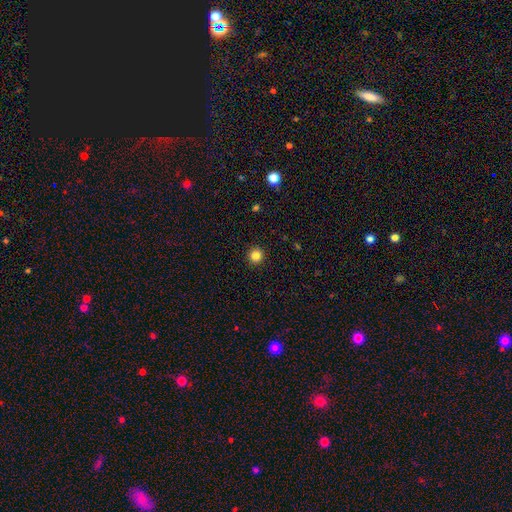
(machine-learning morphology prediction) Smooth or featured? Predicted: smooth (p=0.84). How rounded? Predicted: round (p=0.94). Merging? Predicted: none (p=0.93).